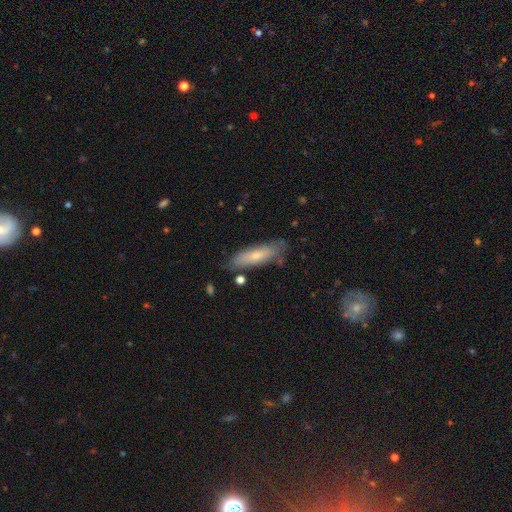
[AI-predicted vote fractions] This appears to be a smooth galaxy with no disk features (68%) that is cigar-shaped (59%). Merging: none (75%).